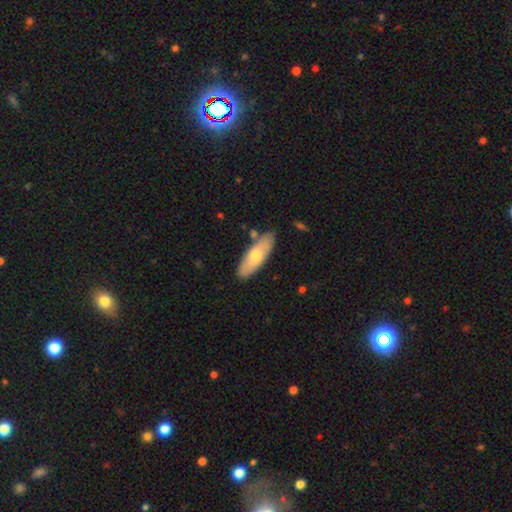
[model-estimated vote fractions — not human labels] smooth 62%, featured or disk 33%, star or artifact 5%. Down the decision tree: how rounded — in between (60%); merging — none (82%).